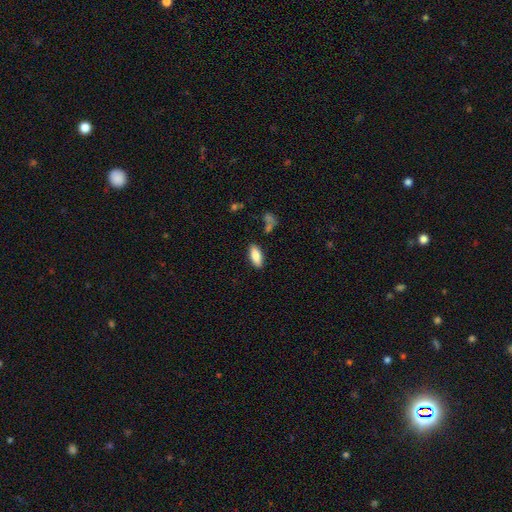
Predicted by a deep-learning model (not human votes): smooth-or-featured: smooth: 84% | featured or disk: 10% | star or artifact: 7%
  how-rounded: in between: 80% | cigar-shaped: 18% | round: 2%
  merging: none: 86% | minor disturbance: 9% | major disturbance: 2% | merger: 2%